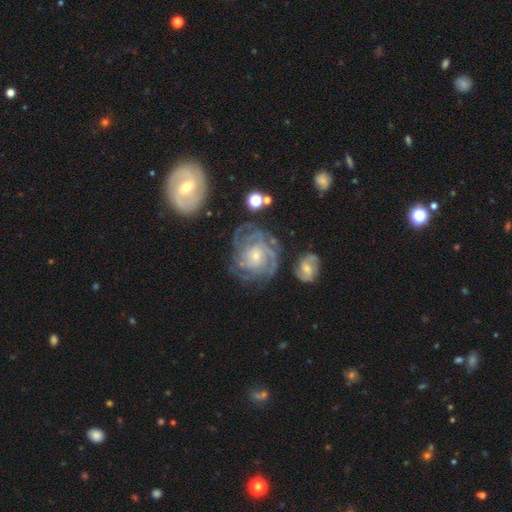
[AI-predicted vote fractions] Smooth or featured? Predicted: featured or disk (p=0.85). Edge-on disk? Predicted: no (p=0.97). Bar? Predicted: no (p=0.72). Spiral arms? Predicted: yes (p=0.95). Spiral winding? Predicted: tight (p=0.66). Spiral arm count? Predicted: can't tell (p=0.32). Bulge size? Predicted: small (p=0.75). Merging? Predicted: none (p=0.63).